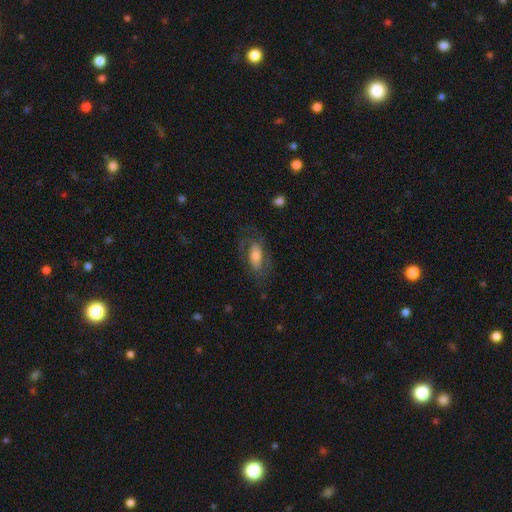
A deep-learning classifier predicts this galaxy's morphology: Q: Smooth or featured?
A: featured or disk (49%); runner-up: smooth (44%)
Q: Merging?
A: none (62%); runner-up: minor disturbance (19%)